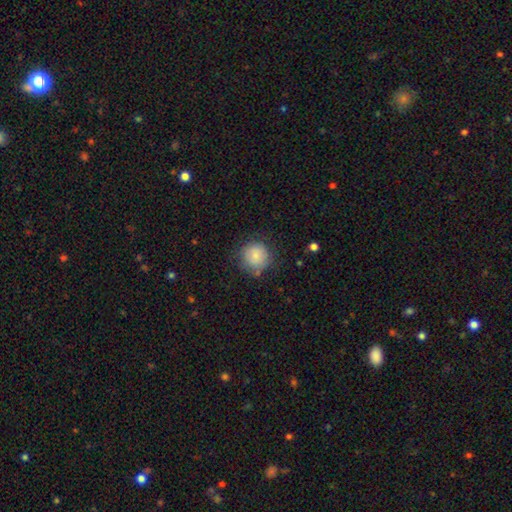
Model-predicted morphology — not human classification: Overall: smooth (83%). How rounded: round (93%). Merging: none (74%).